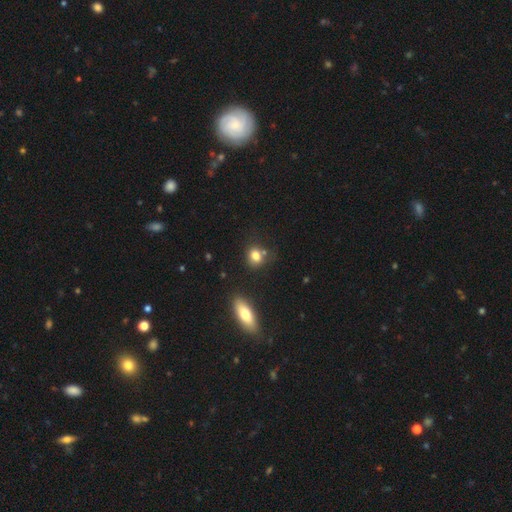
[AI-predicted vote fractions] This appears to be a smooth galaxy with no disk features (79%) that is round (62%). Merging: none (60%).